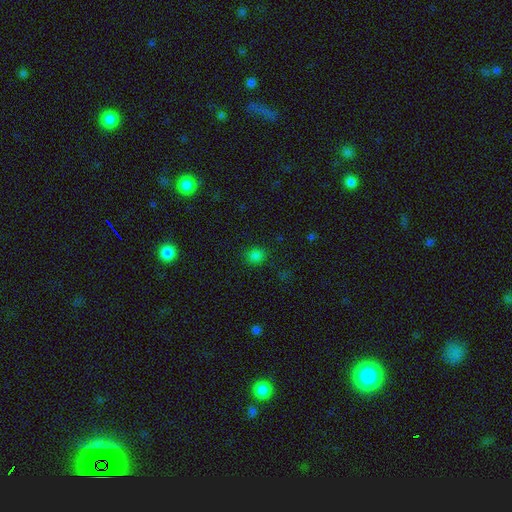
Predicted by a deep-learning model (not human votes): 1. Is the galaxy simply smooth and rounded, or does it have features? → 79% smooth, 17% star or artifact, 3% featured or disk.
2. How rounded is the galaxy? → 78% round, 21% in between, 1% cigar-shaped.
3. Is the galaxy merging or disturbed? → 88% none, 8% minor disturbance, 3% major disturbance, 1% merger.